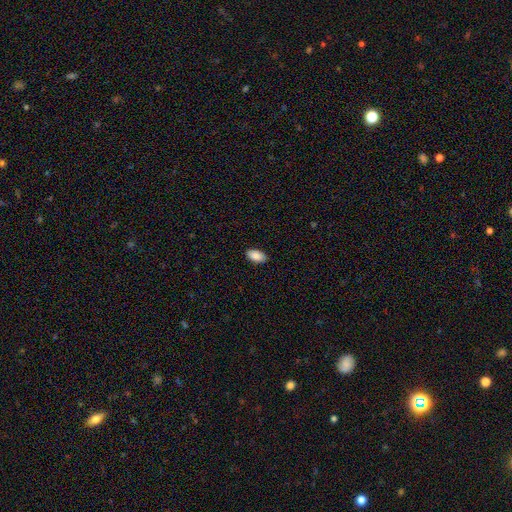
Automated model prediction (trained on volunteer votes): Morphology: type=smooth (89%); roundness=in between (95%); merging=none (89%).